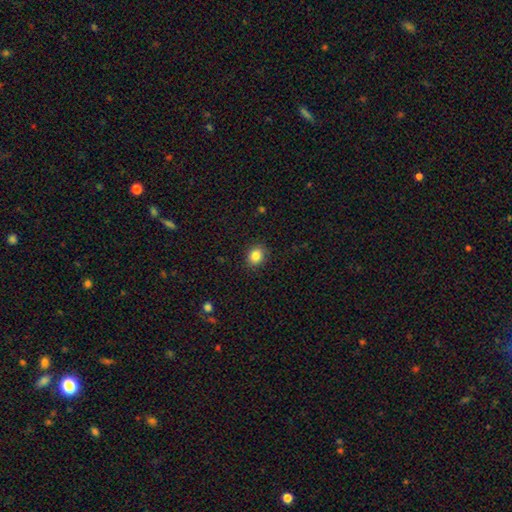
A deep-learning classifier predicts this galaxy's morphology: Smooth or featured?
  - smooth: 85% *
  - star or artifact: 10%
  - featured or disk: 5%
How rounded?
  - round: 59% *
  - in between: 40%
  - cigar-shaped: 1%
Merging?
  - none: 88% *
  - minor disturbance: 8%
  - major disturbance: 2%
  - merger: 1%